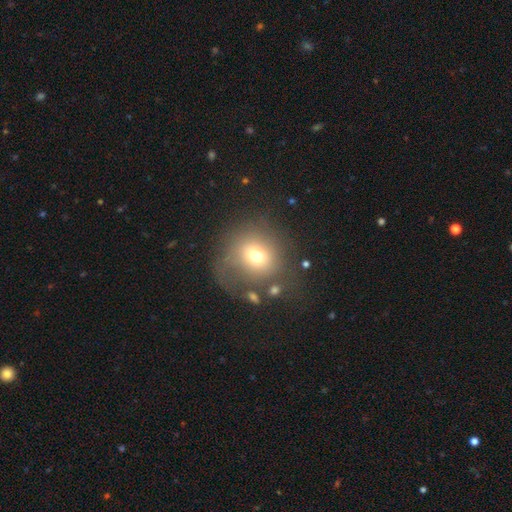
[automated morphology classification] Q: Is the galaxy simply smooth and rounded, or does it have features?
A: smooth — 67%.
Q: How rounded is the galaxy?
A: round — 84%.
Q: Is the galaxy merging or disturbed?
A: none — 57%.